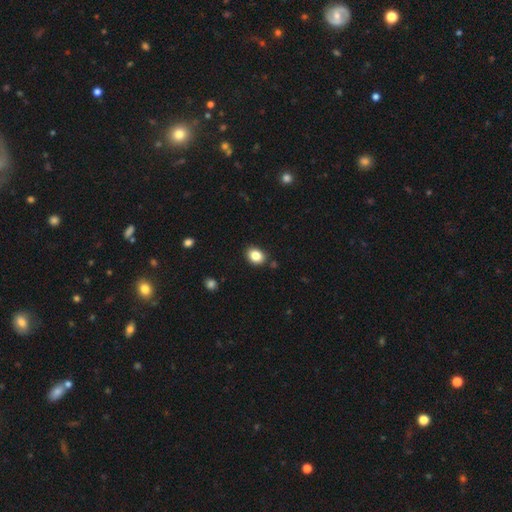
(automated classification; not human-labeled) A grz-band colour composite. It shows a smooth galaxy with no disk features (85%) that is in between round and cigar-shaped (59%). Merging: none (85%).